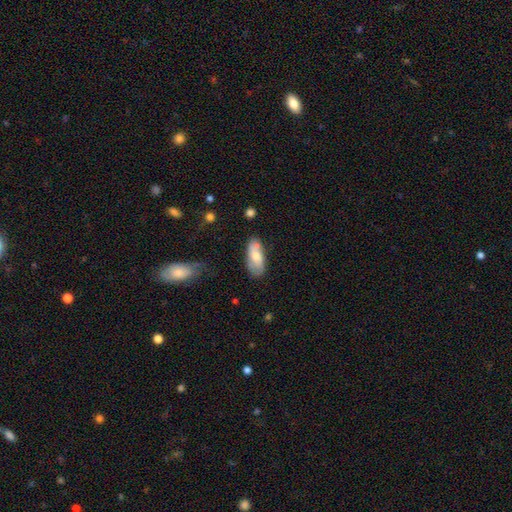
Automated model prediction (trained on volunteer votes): Smooth or featured?
  - smooth: 62% *
  - featured or disk: 32%
  - star or artifact: 6%
How rounded?
  - in between: 86% *
  - cigar-shaped: 12%
  - round: 3%
Merging?
  - none: 63% *
  - minor disturbance: 25%
  - major disturbance: 6%
  - merger: 6%